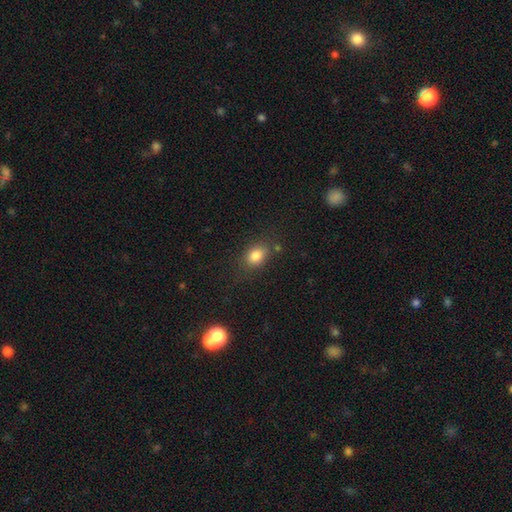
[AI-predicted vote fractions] Smooth or featured?
  - smooth: 82% *
  - star or artifact: 11%
  - featured or disk: 7%
How rounded?
  - in between: 64% *
  - round: 35%
  - cigar-shaped: 1%
Merging?
  - none: 75% *
  - minor disturbance: 15%
  - major disturbance: 6%
  - merger: 4%